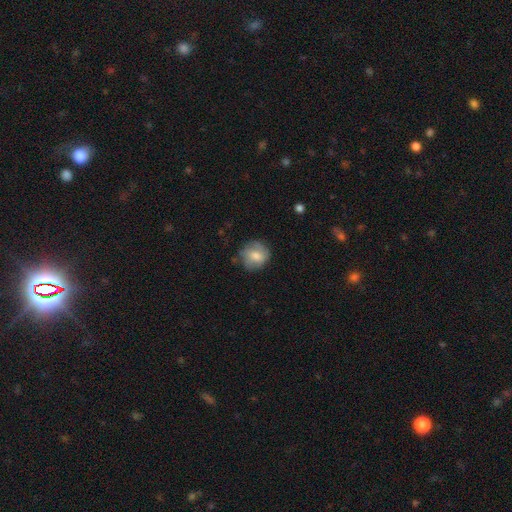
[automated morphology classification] smooth 66%, featured or disk 26%, star or artifact 8%. Down the decision tree: how rounded — round (80%); merging — none (68%).